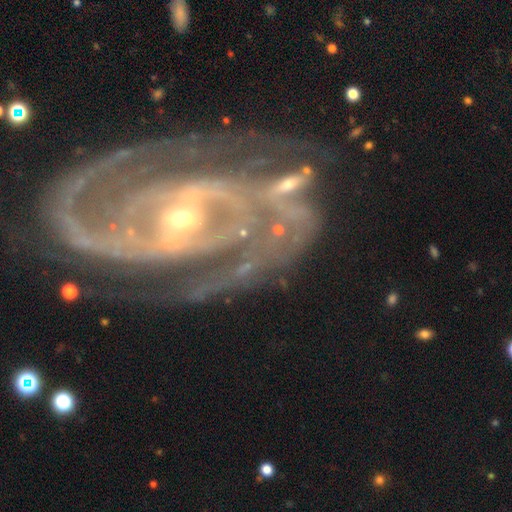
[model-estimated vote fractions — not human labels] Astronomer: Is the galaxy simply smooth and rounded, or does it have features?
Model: featured or disk — 91%.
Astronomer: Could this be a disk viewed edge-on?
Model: no — 97%.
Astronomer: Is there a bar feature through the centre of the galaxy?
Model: strong — 47% (runner-up: weak, 33%).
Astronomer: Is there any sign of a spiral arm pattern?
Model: yes — 96%.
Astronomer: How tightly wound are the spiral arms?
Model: medium — 44% (runner-up: tight, 43%).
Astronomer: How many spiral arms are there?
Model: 2 — 62%.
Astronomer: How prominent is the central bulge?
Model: small — 69%.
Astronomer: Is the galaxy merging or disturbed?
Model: none — 54%.